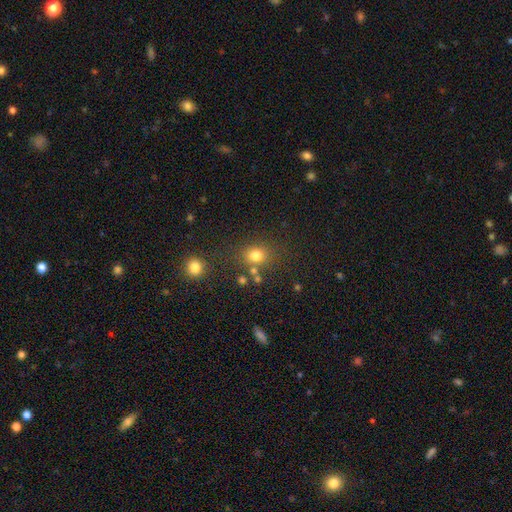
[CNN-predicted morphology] This is likely a smooth galaxy (77%). How rounded: likely round (66%). Merging: likely none (71%).